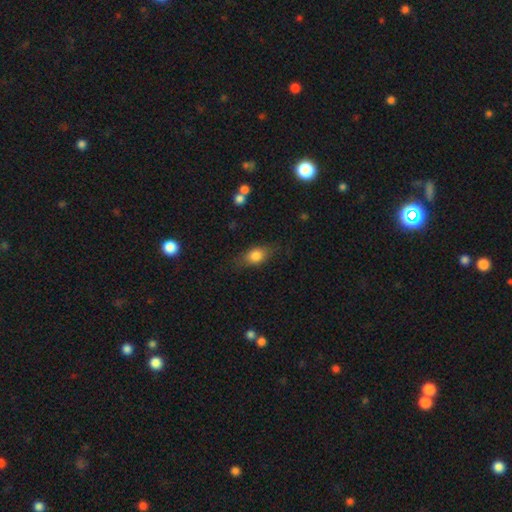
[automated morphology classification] Smooth or featured? smooth (78%)
How rounded? in between (75%)
Merging? none (73%)